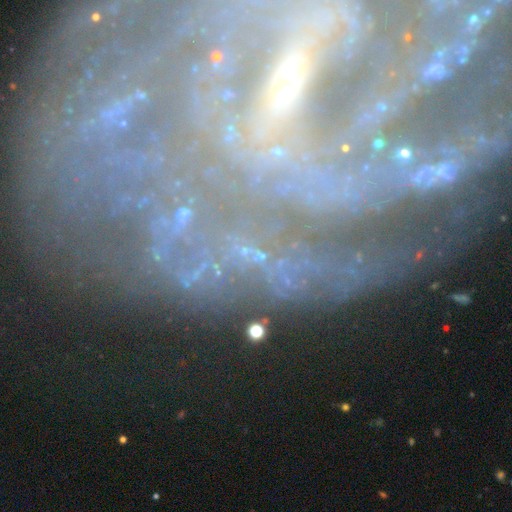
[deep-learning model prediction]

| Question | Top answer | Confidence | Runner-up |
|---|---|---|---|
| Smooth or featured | featured or disk | 60% | star or artifact (28%) |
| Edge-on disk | no | 89% | yes (11%) |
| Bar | no | 40% | strong (33%) |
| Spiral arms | yes | 80% | no (20%) |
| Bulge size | small | 53% | moderate (25%) |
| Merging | none | 61% | minor disturbance (16%) |